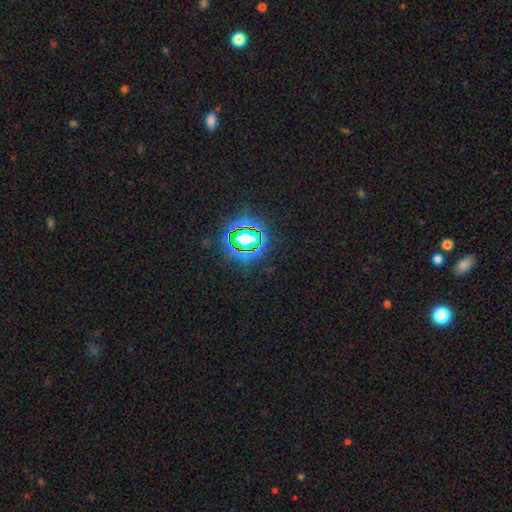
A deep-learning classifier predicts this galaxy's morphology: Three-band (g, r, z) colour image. It shows a star or artifact, not a galaxy (82%).